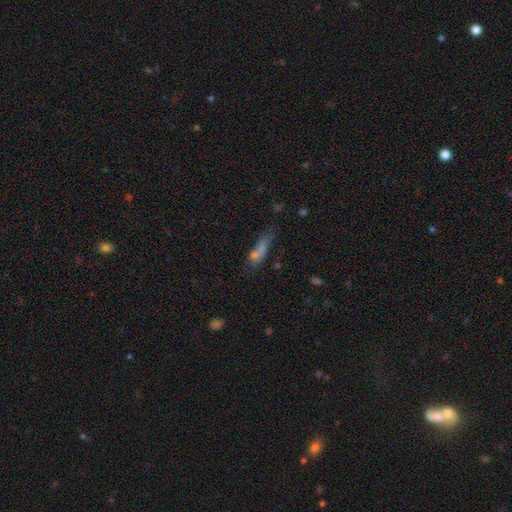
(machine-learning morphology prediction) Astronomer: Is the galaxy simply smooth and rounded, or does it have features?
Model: smooth — 64%.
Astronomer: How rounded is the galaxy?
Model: cigar-shaped — 53% (runner-up: in between, 39%).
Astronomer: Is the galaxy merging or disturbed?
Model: none — 38% (runner-up: merger, 31%).